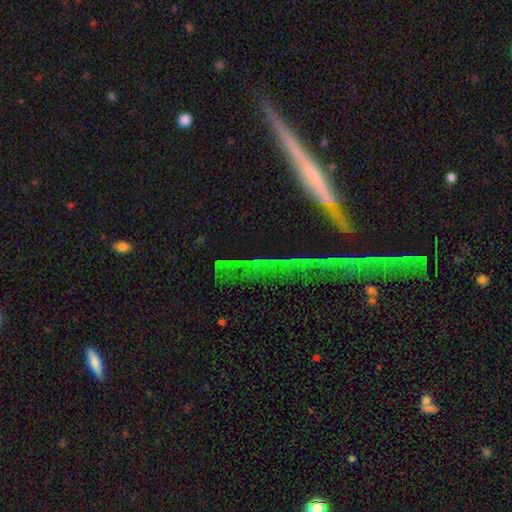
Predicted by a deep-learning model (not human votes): Smooth or featured? Predicted: star or artifact (p=0.69).